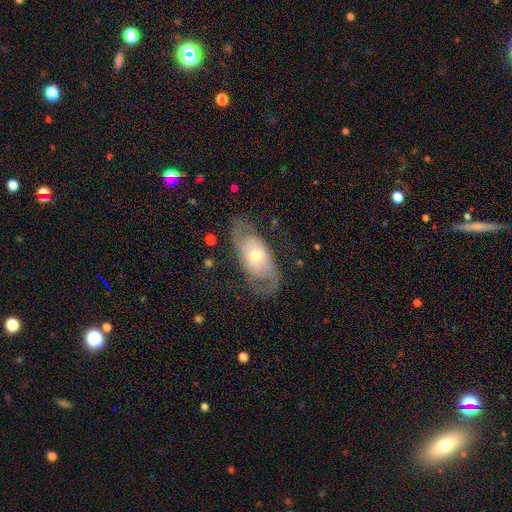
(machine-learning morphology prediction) Smooth or featured? featured or disk (67%)
Edge-on disk? no (89%)
Bar? no (75%)
Spiral arms? yes (78%)
Bulge size? moderate (66%)
Merging? none (65%)